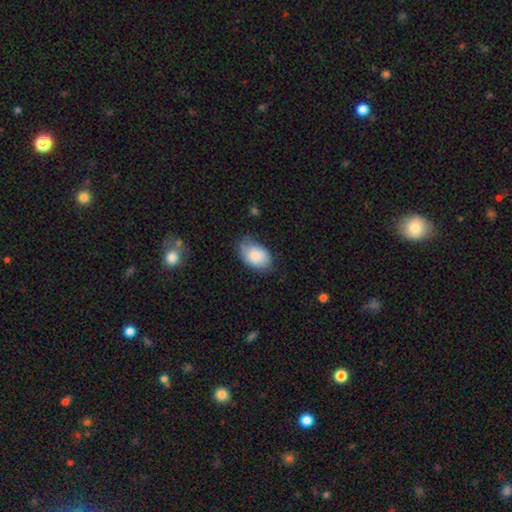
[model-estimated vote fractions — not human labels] Smooth or featured?
  - smooth: 83% *
  - featured or disk: 10%
  - star or artifact: 6%
How rounded?
  - in between: 89% *
  - round: 10%
  - cigar-shaped: 1%
Merging?
  - none: 59% *
  - minor disturbance: 31%
  - major disturbance: 8%
  - merger: 2%